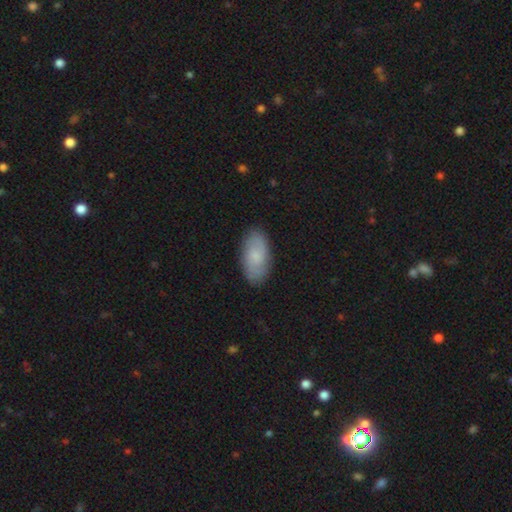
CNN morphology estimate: type=smooth (62%); roundness=in between (92%); merging=none (85%).